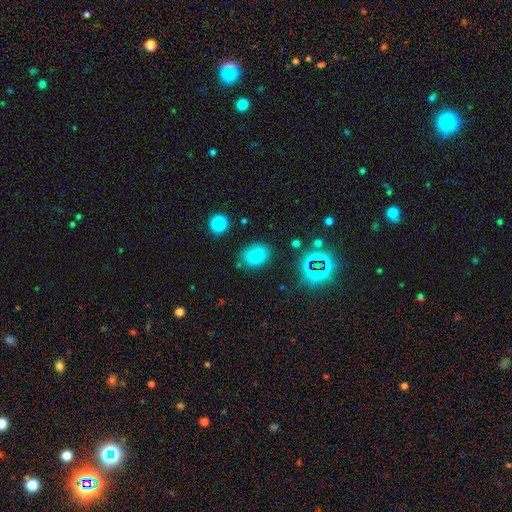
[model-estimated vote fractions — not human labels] This appears to be a smooth galaxy with no disk features (76%) that is in between round and cigar-shaped (66%). Merging: none (73%).